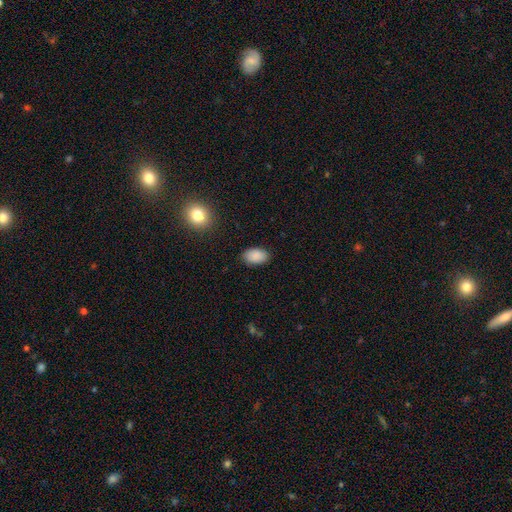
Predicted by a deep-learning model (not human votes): Smooth or featured?
  - smooth: 88% *
  - star or artifact: 8%
  - featured or disk: 4%
How rounded?
  - in between: 90% *
  - round: 8%
  - cigar-shaped: 1%
Merging?
  - none: 85% *
  - minor disturbance: 11%
  - major disturbance: 3%
  - merger: 1%